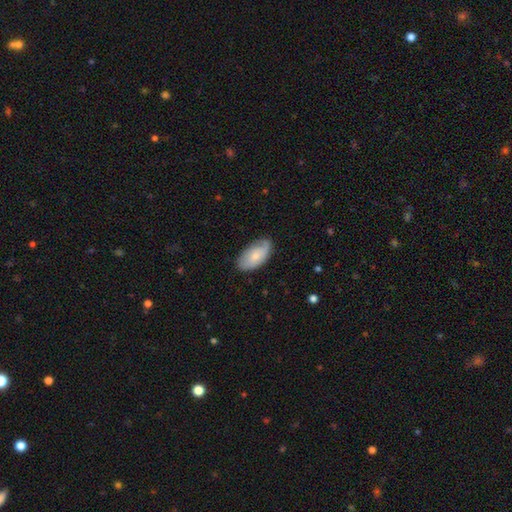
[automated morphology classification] smooth-or-featured: smooth: 60% | featured or disk: 34% | star or artifact: 6%
  how-rounded: in between: 94% | round: 4% | cigar-shaped: 2%
  merging: none: 68% | minor disturbance: 24% | major disturbance: 6% | merger: 1%